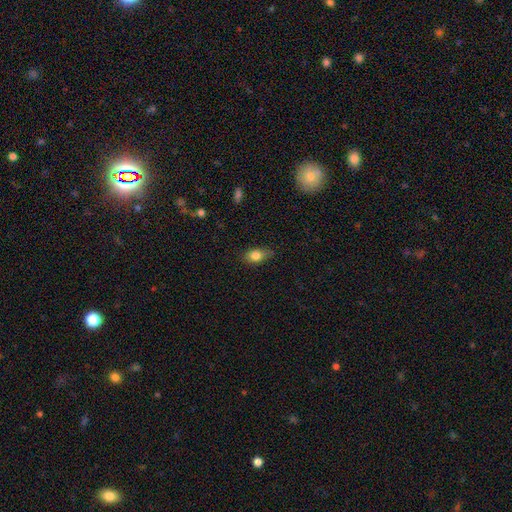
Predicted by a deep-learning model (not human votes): This is clearly a smooth galaxy (81%). How rounded: likely in between (76%). Merging: likely none (69%).